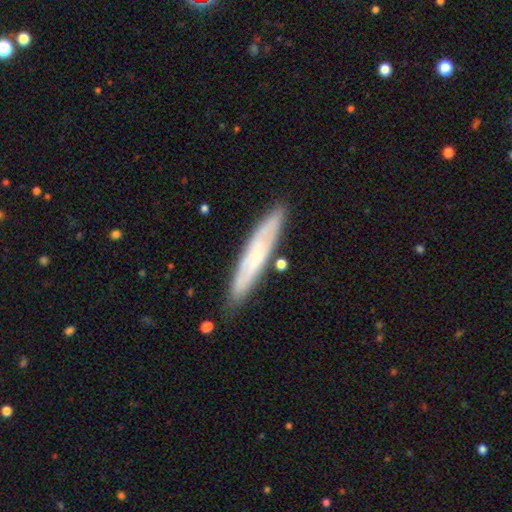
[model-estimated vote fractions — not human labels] smooth_or_featured: featured or disk (p=0.51) [alt: smooth p=0.43]
disk_edge_on: yes (p=0.61) [alt: no p=0.39]
merging: none (p=0.82) [alt: minor disturbance p=0.12]